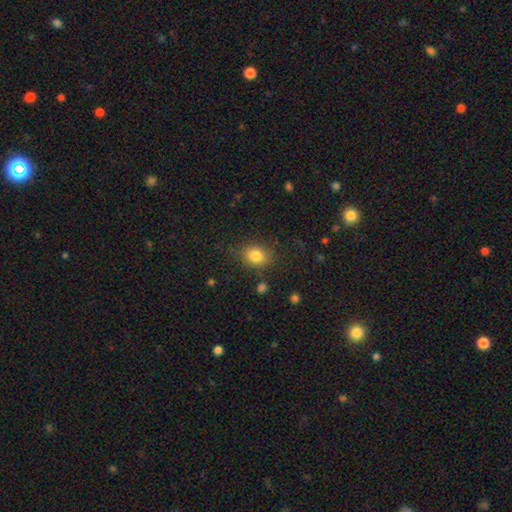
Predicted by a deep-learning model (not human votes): Morphology: type=smooth (82%); roundness=round (61%); merging=none (81%).